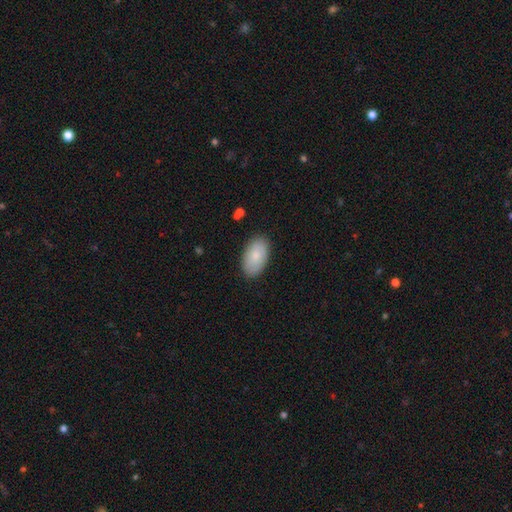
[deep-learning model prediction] smooth 81%, featured or disk 13%, star or artifact 6%. Down the decision tree: how rounded — in between (94%); merging — none (86%).